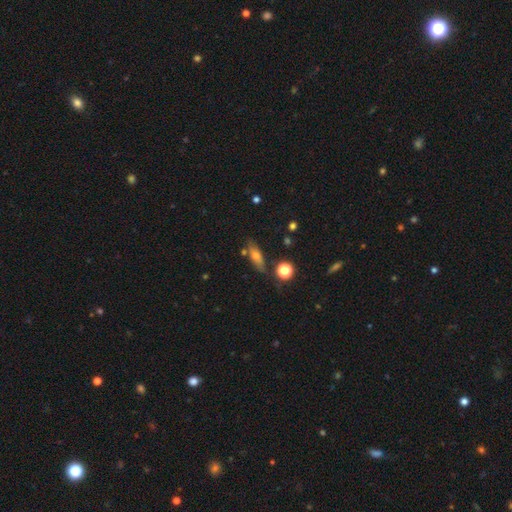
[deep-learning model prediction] This is possibly a smooth galaxy (57%). How rounded: likely in between (60%). Merging: likely none (69%).